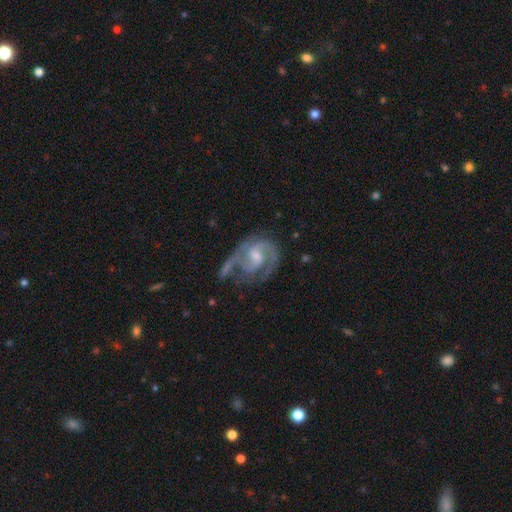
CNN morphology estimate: A featured or disk galaxy (87%) with a weak bar (50%), 2 (75%) medium (50%) spiral arms (96%) and a moderate central bulge (46%).

Vote fractions:
- Smooth or featured? featured or disk: 87% / smooth: 7% / star or artifact: 6%
- Edge-on disk? no: 98% / yes: 2%
- Bar? weak: 50% / no: 38% / strong: 11%
- Spiral arms? yes: 96% / no: 4%
- Spiral winding? medium: 50% / tight: 36% / loose: 14%
- Spiral arm count? 2: 75% / can't tell: 8% / 3: 7% / 1: 7% / 4: 2% / more than 4: 2%
- Bulge size? moderate: 46% / small: 43% / none: 6% / large: 4% / dominant: 1%
- Merging? none: 49% / minor disturbance: 23% / major disturbance: 20% / merger: 8%